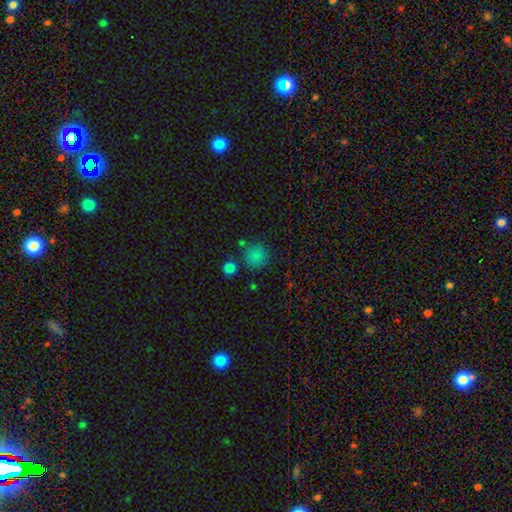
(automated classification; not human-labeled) The model was most divided on "merging": none: 77%, minor disturbance: 11%, merger: 8%, major disturbance: 4%. More confident: how rounded — round (91%); smooth or featured — smooth (81%).